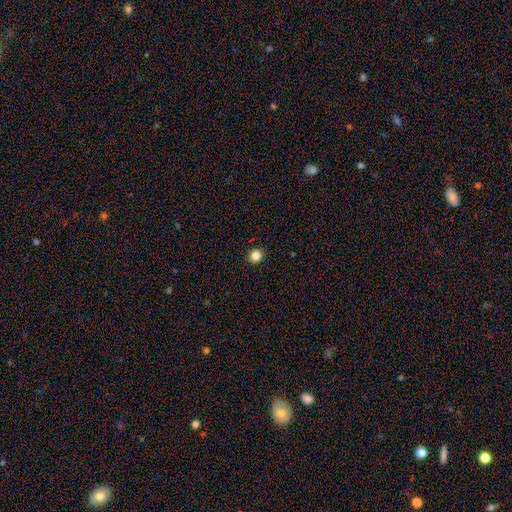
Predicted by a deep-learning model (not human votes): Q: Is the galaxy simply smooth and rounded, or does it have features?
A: smooth — 84%.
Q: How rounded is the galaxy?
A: round — 89%.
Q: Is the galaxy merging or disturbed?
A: none — 93%.